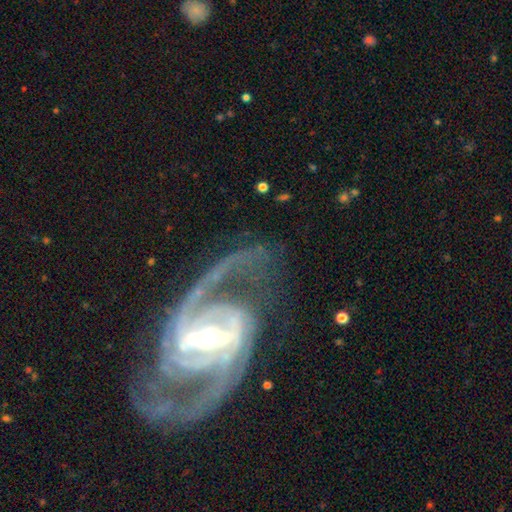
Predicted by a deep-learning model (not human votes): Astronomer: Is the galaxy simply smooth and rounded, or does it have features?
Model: featured or disk — 90%.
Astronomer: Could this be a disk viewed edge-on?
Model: no — 97%.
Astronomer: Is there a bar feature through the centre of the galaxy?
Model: strong — 62%.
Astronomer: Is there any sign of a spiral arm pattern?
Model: yes — 96%.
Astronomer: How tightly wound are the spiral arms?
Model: medium — 48% (runner-up: tight, 29%).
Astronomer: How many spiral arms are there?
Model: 2 — 64%.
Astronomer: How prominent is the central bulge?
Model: small — 49% (runner-up: moderate, 45%).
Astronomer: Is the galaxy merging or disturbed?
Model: none — 56%.